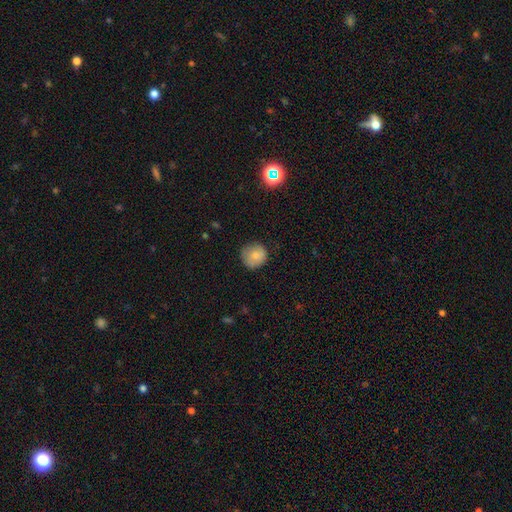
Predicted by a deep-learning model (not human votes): smooth 78%, featured or disk 13%, star or artifact 8%. Down the decision tree: how rounded — round (90%); merging — none (76%).